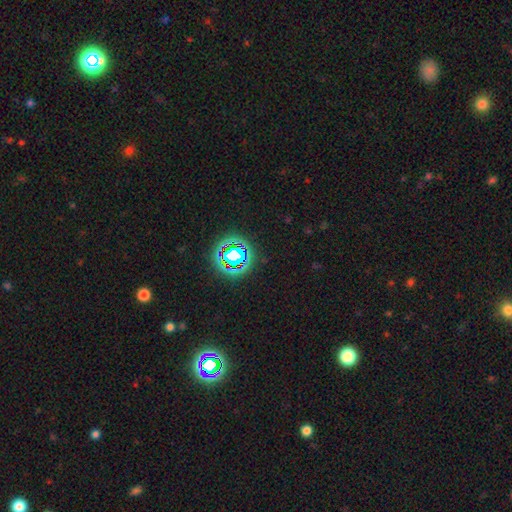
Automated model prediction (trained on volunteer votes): Overall: star or artifact (76%).